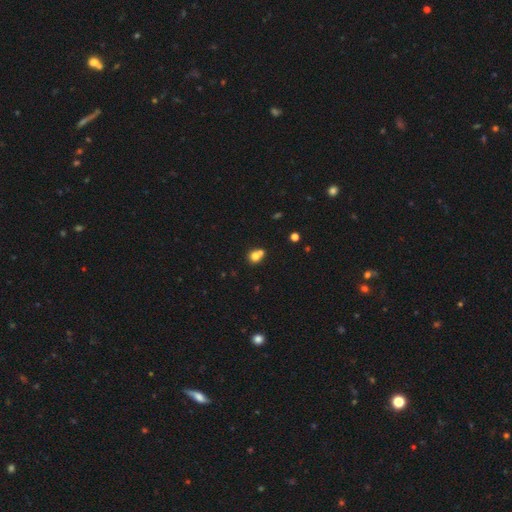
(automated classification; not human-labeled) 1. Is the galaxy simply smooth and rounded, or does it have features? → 75% smooth, 13% featured or disk, 12% star or artifact.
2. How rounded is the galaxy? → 74% round, 25% in between, 1% cigar-shaped.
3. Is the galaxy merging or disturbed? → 47% merger, 40% none, 9% minor disturbance, 3% major disturbance.